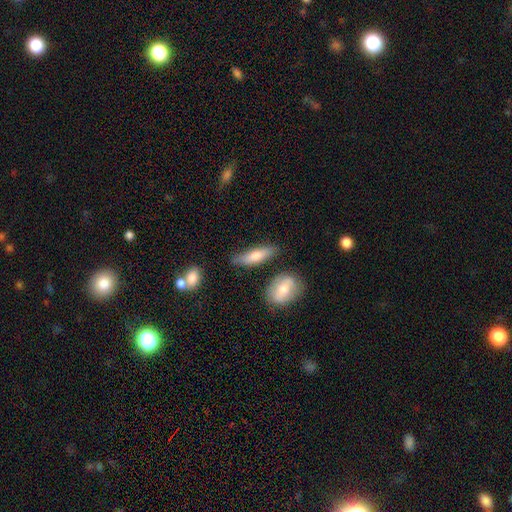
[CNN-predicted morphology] type=smooth (69%); roundness=cigar-shaped (55%); merging=none (75%).